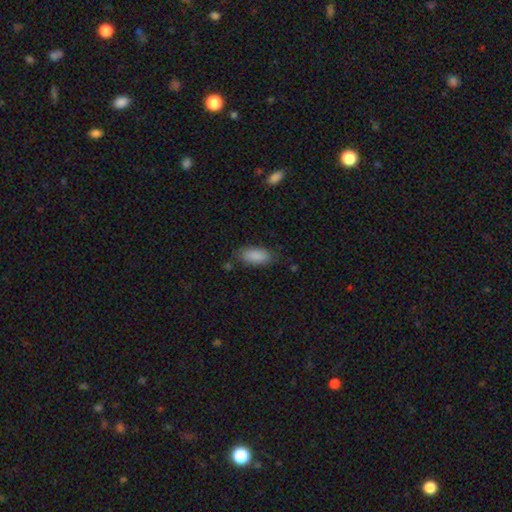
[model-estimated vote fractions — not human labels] Overall: smooth (88%). How rounded: in between (87%). Merging: none (73%).